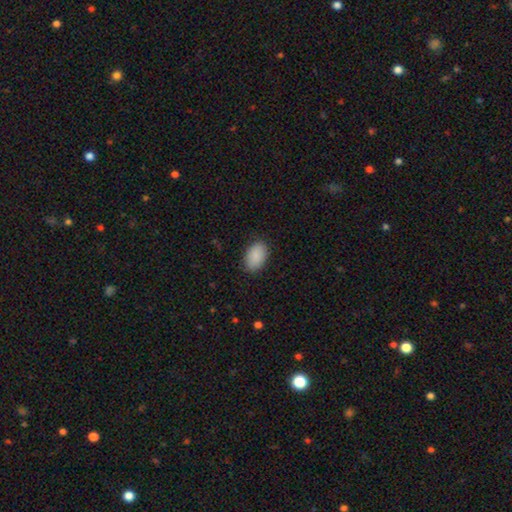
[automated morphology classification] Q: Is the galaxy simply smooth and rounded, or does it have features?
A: smooth — 90%.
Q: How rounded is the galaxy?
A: in between — 92%.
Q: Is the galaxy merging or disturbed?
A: none — 86%.